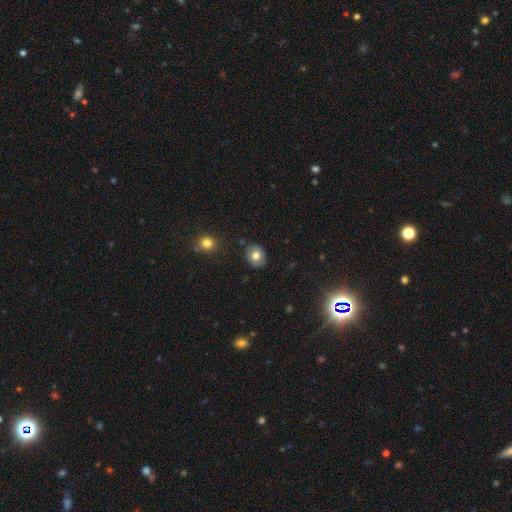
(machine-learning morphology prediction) A smooth galaxy with no disk features (76%) that is round (58%).

Vote fractions:
- Smooth or featured? smooth: 76% / featured or disk: 15% / star or artifact: 10%
- How rounded? round: 58% / in between: 41% / cigar-shaped: 1%
- Merging? none: 86% / minor disturbance: 10% / major disturbance: 2% / merger: 2%